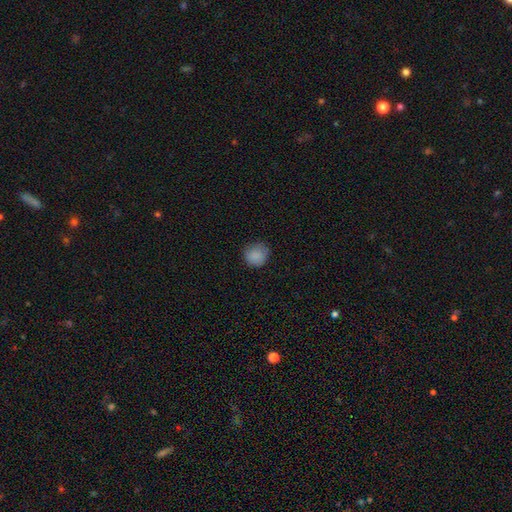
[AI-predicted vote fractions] A smooth galaxy with no disk features (86%) that is round (82%).

Vote fractions:
- Smooth or featured? smooth: 86% / star or artifact: 9% / featured or disk: 5%
- How rounded? round: 82% / in between: 18% / cigar-shaped: 1%
- Merging? none: 75% / minor disturbance: 20% / major disturbance: 4% / merger: 1%